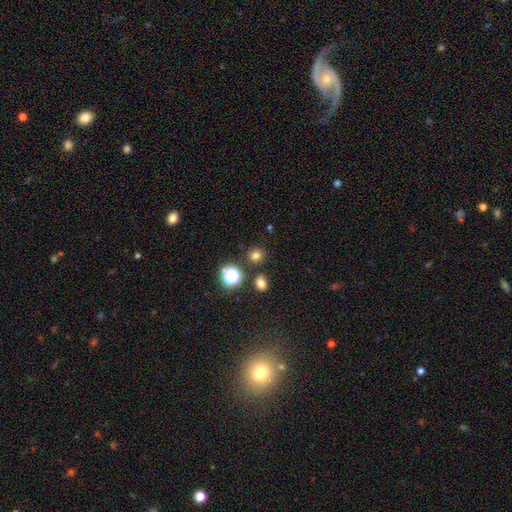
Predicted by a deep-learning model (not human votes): Morphology: type=smooth (72%); roundness=round (88%); merging=none (82%).